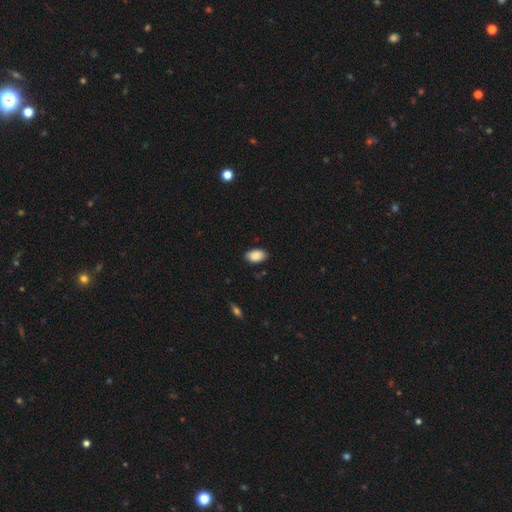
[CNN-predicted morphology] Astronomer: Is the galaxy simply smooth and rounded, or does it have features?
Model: smooth — 89%.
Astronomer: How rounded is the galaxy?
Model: in between — 92%.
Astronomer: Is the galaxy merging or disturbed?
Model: none — 85%.